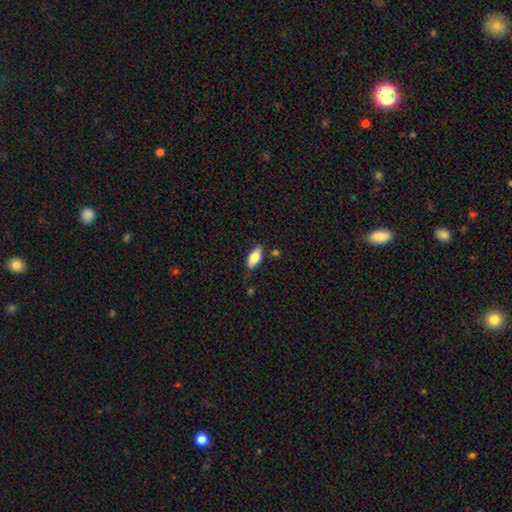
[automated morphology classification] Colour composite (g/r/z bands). It shows a smooth galaxy with no disk features (81%) that is in between round and cigar-shaped (88%). Merging: none (75%).